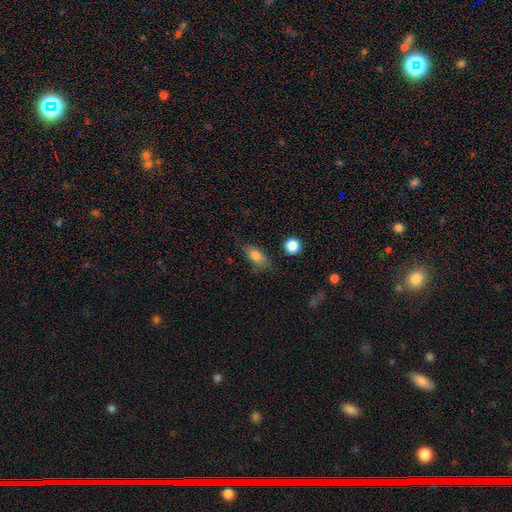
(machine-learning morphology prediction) type=smooth (80%); roundness=in between (84%); merging=none (74%).